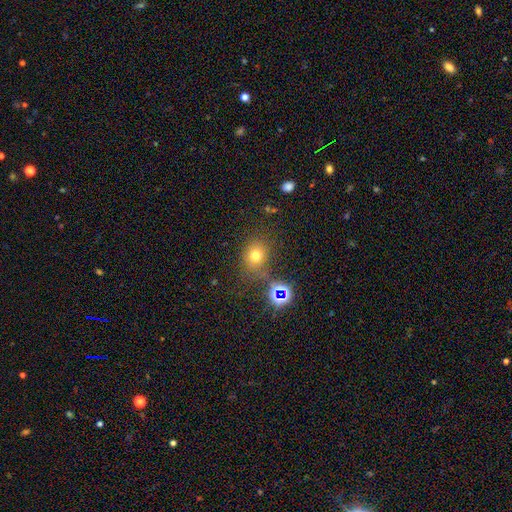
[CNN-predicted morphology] A smooth galaxy with no disk features (66%) that is round (71%).

Vote fractions:
- Smooth or featured? smooth: 66% / star or artifact: 24% / featured or disk: 10%
- How rounded? round: 71% / in between: 28% / cigar-shaped: 1%
- Merging? none: 71% / minor disturbance: 14% / merger: 8% / major disturbance: 7%